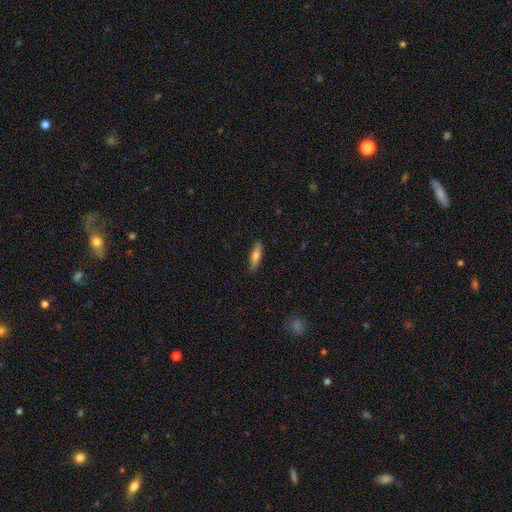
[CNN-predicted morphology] The model was most divided on "how rounded": cigar-shaped: 65%, in between: 33%, round: 2%. More confident: merging — none (88%); smooth or featured — smooth (70%).